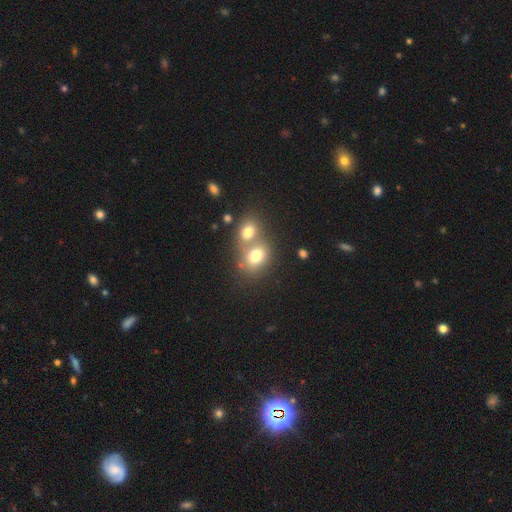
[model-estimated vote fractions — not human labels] Q: Smooth or featured?
A: smooth (74%); runner-up: featured or disk (14%)
Q: How rounded?
A: round (54%); runner-up: in between (45%)
Q: Merging?
A: merger (56%); runner-up: none (33%)